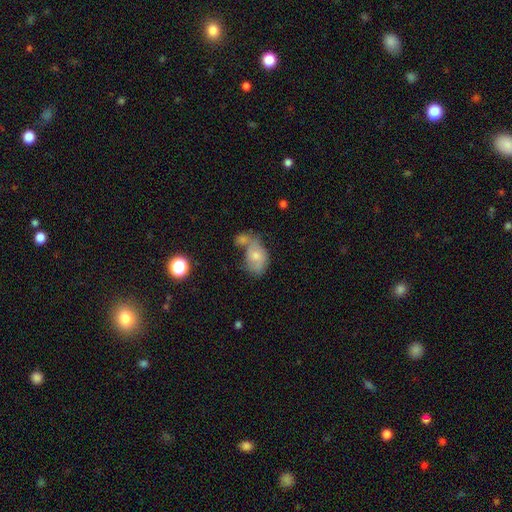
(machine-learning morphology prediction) A smooth galaxy with no disk features (65%) that is in between round and cigar-shaped (84%). Merging: merger (43%).